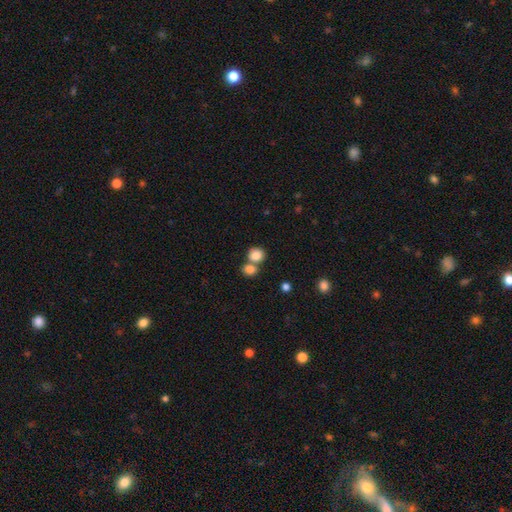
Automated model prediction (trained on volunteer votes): This is clearly a smooth galaxy (84%). How rounded: likely round (74%). Merging: possibly none (46%).